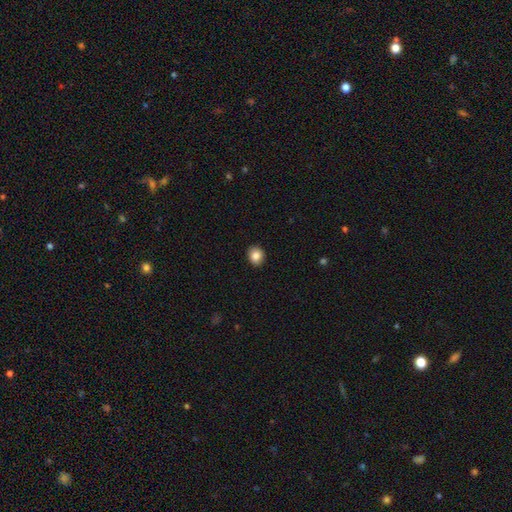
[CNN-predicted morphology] smooth-or-featured: smooth: 85% | star or artifact: 9% | featured or disk: 5%
  how-rounded: round: 71% | in between: 28% | cigar-shaped: 1%
  merging: none: 91% | minor disturbance: 6% | major disturbance: 2% | merger: 1%